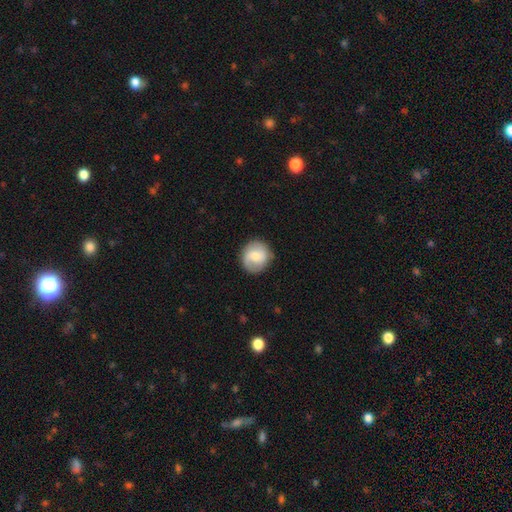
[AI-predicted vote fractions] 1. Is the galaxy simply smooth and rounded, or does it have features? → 53% smooth, 40% featured or disk, 7% star or artifact.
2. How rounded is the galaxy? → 87% round, 12% in between, 1% cigar-shaped.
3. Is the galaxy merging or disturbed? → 83% none, 12% minor disturbance, 3% major disturbance, 1% merger.